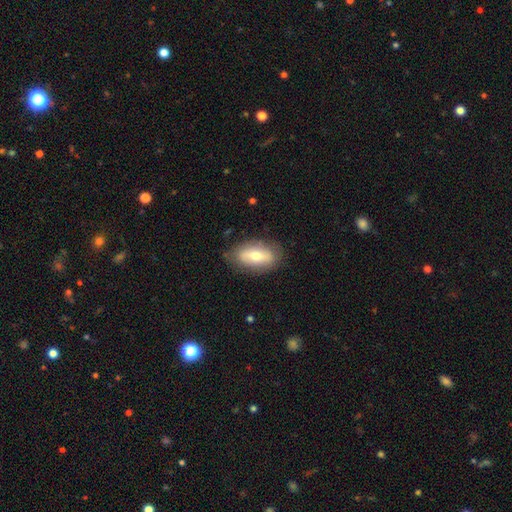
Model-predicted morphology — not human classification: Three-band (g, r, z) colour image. It shows a smooth galaxy with no disk features (60%) that is in between round and cigar-shaped (88%). Merging: none (77%).